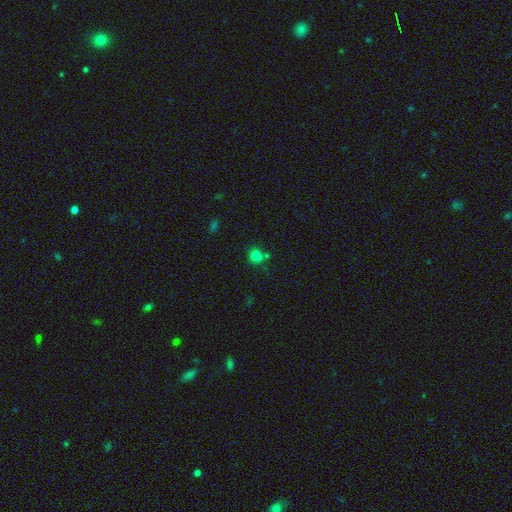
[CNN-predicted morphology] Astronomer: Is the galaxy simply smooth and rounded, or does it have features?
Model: smooth — 75%.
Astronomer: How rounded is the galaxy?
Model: round — 82%.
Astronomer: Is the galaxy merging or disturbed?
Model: none — 58%.